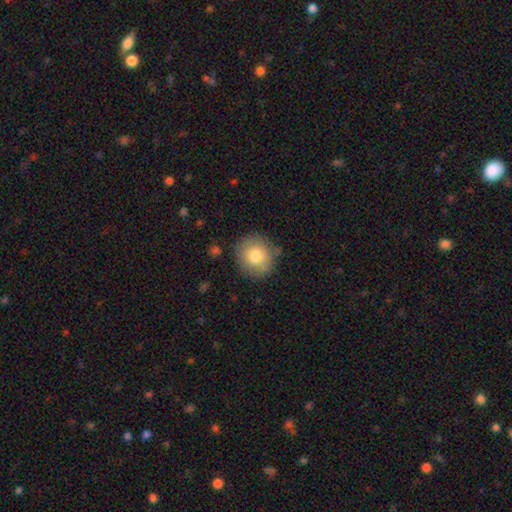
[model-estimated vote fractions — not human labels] This is likely a smooth galaxy (79%). How rounded: clearly round (91%). Merging: clearly none (81%).